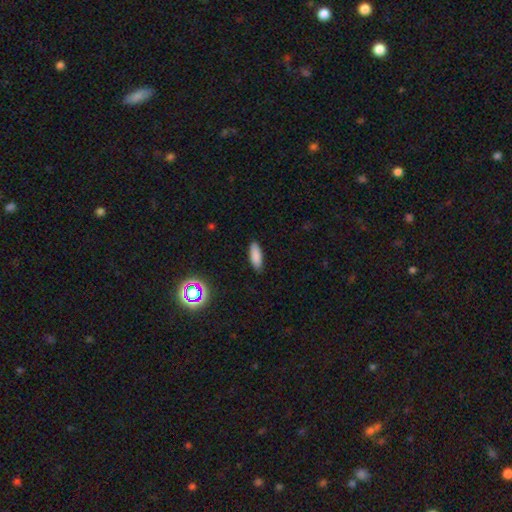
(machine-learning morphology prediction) This is clearly a smooth galaxy (84%). How rounded: likely in between (64%). Merging: clearly none (87%).